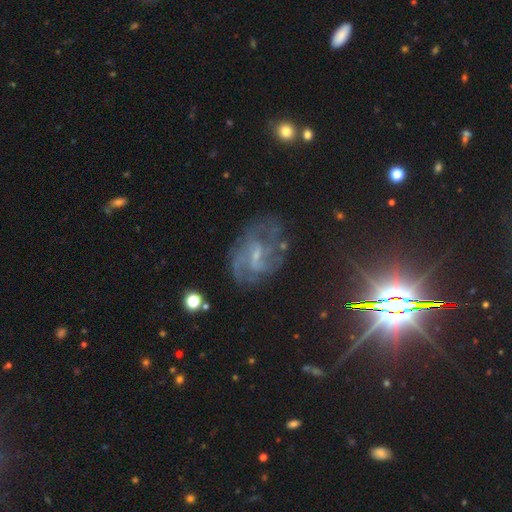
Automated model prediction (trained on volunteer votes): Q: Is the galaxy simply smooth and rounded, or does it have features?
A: featured or disk — 71%.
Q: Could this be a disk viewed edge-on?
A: no — 96%.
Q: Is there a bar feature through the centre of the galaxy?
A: weak — 53%.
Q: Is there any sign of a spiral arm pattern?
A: yes — 82%.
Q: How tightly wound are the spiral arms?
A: medium — 44%.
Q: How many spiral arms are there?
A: can't tell — 41%.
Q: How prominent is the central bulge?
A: small — 60%.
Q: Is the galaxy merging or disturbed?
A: none — 59%.